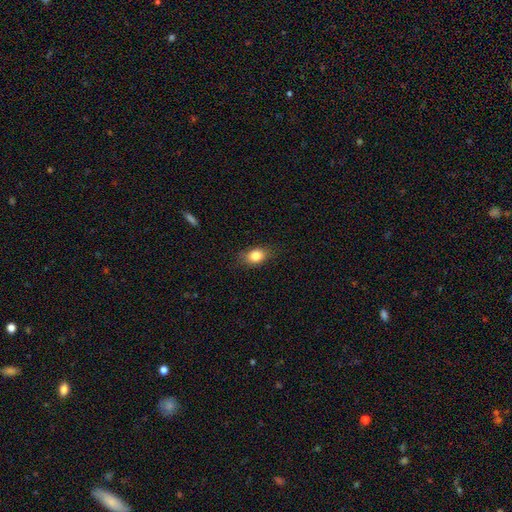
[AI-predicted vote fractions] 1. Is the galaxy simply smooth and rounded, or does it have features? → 81% smooth, 10% featured or disk, 9% star or artifact.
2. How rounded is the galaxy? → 71% in between, 26% round, 3% cigar-shaped.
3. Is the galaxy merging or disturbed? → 80% none, 15% minor disturbance, 4% major disturbance, 1% merger.